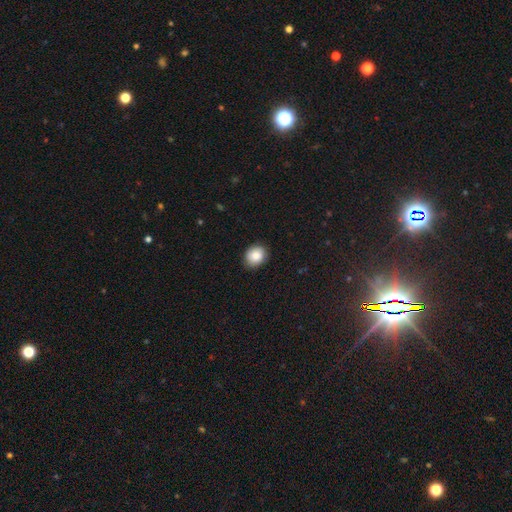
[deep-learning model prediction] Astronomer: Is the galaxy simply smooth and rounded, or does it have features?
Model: smooth — 85%.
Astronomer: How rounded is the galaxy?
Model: round — 61% (runner-up: in between, 39%).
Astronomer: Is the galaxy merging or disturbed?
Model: none — 86%.